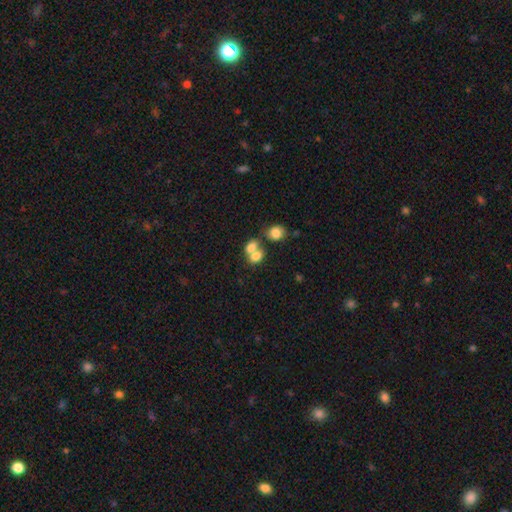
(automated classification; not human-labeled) A smooth galaxy with no disk features (76%) that is in between round and cigar-shaped (69%).

Vote fractions:
- Smooth or featured? smooth: 76% / featured or disk: 13% / star or artifact: 11%
- How rounded? in between: 69% / round: 30% / cigar-shaped: 2%
- Merging? merger: 60% / none: 28% / minor disturbance: 8% / major disturbance: 4%